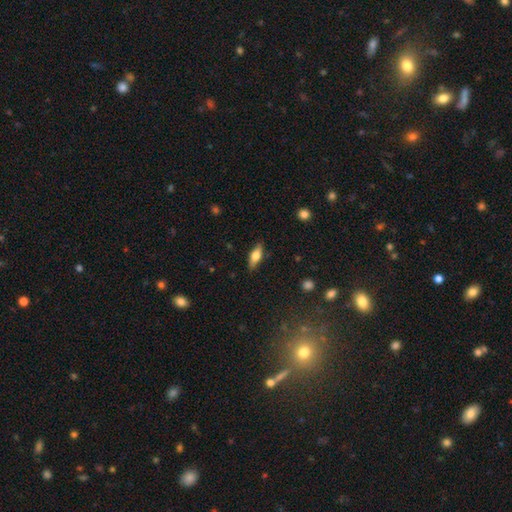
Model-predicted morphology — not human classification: This is possibly a smooth galaxy (59%). How rounded: likely in between (64%). Merging: clearly none (85%).